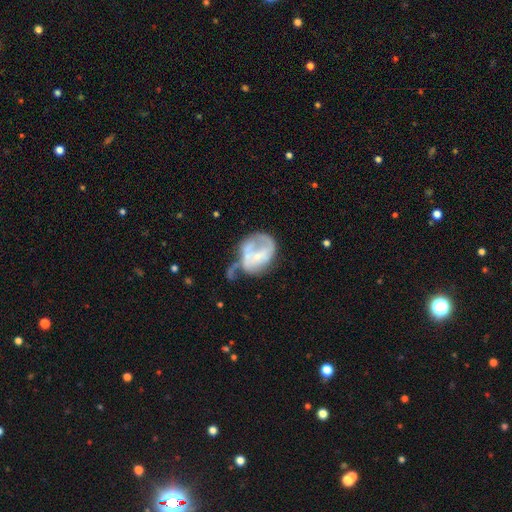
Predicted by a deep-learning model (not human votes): featured or disk 59%, smooth 33%, star or artifact 8%. Down the decision tree: edge-on disk — no (98%); bar — no (62%); spiral arms — yes (52%); bulge size — small (56%); merging — major disturbance (39%).